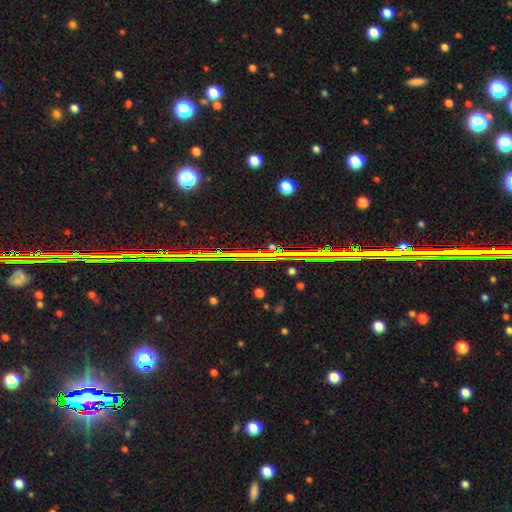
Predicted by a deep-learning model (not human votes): Q: Smooth or featured?
A: star or artifact (79%); runner-up: featured or disk (11%)